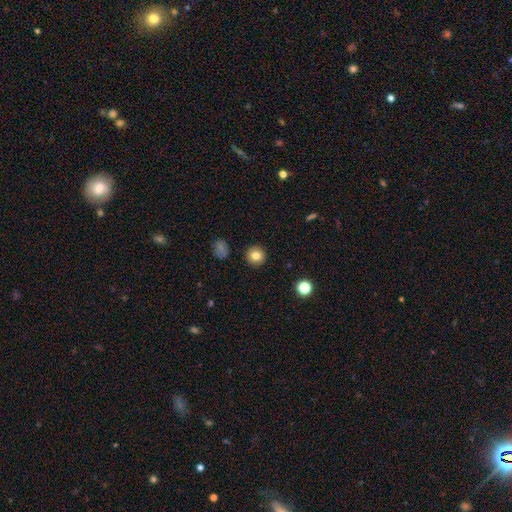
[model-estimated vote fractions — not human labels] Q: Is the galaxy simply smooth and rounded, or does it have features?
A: smooth — 81%.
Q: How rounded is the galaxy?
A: round — 93%.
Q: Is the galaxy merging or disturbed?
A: none — 92%.